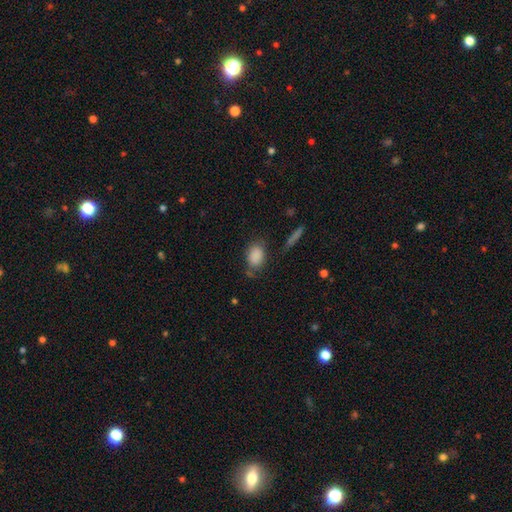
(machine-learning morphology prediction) This appears to be a smooth galaxy with no disk features (86%) that is in between round and cigar-shaped (79%). Merging: none (67%).